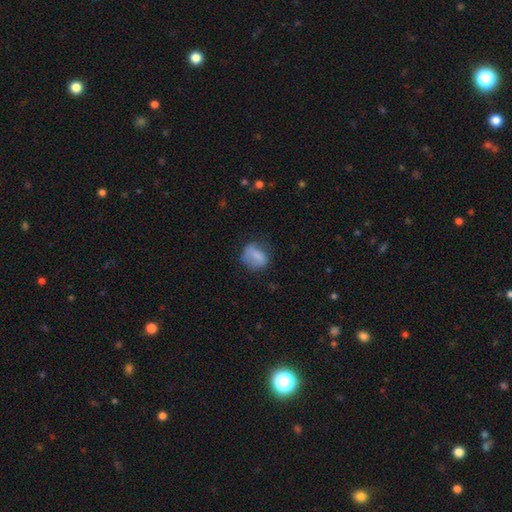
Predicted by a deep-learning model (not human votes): A smooth galaxy with no disk features (71%) that is in between round and cigar-shaped (56%).

Vote fractions:
- Smooth or featured? smooth: 71% / featured or disk: 20% / star or artifact: 9%
- How rounded? in between: 56% / round: 41% / cigar-shaped: 3%
- Merging? none: 54% / minor disturbance: 28% / major disturbance: 16% / merger: 2%